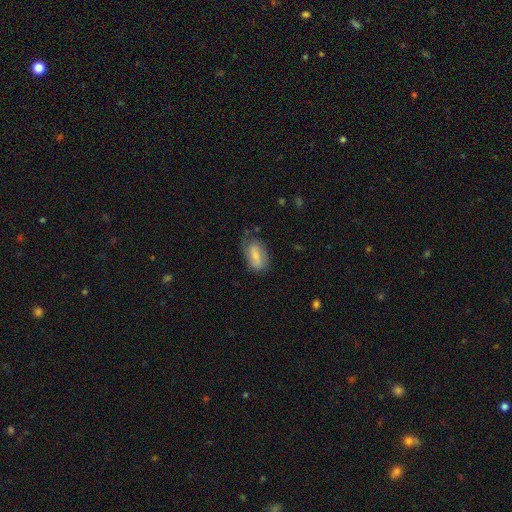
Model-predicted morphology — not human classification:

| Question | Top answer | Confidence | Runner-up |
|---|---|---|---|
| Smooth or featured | smooth | 65% | featured or disk (28%) |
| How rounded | in between | 90% | round (5%) |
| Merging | none | 54% | minor disturbance (31%) |